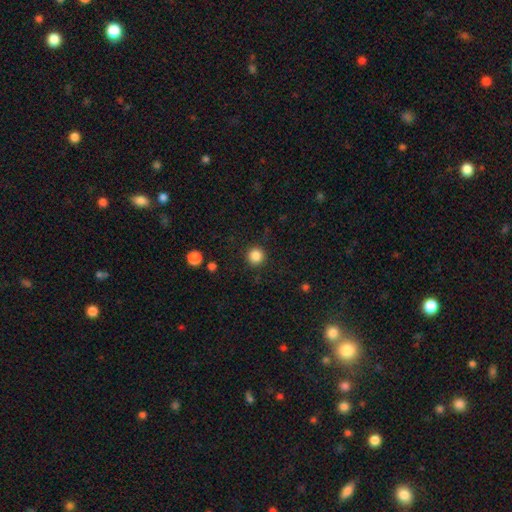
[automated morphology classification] smooth-or-featured: smooth: 86% | star or artifact: 11% | featured or disk: 3%
  how-rounded: round: 95% | in between: 4% | cigar-shaped: 1%
  merging: none: 90% | minor disturbance: 6% | major disturbance: 2% | merger: 1%